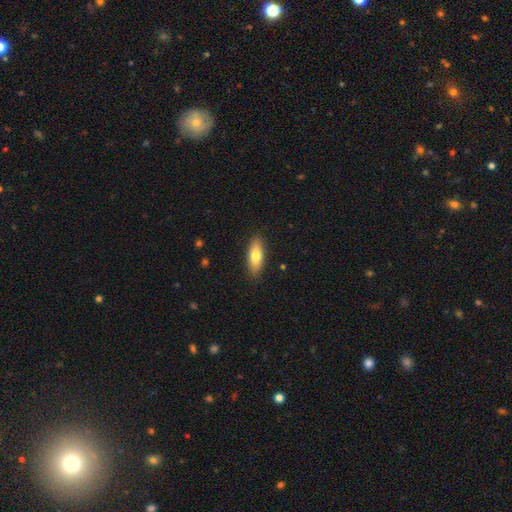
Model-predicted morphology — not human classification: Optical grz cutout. It shows a smooth galaxy with no disk features (74%) that is in between round and cigar-shaped (66%). Merging: none (88%).